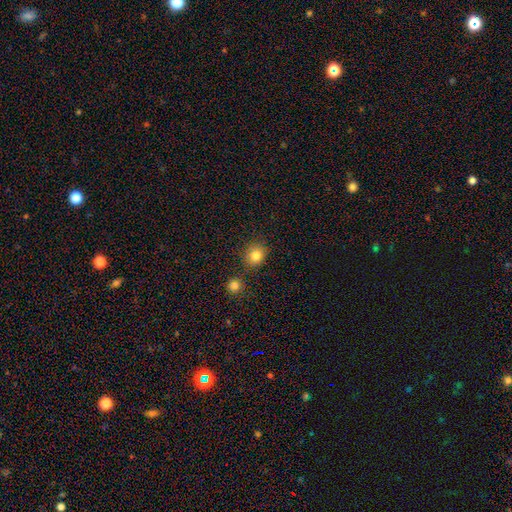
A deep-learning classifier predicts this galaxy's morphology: A smooth galaxy with no disk features (82%) that is round (74%).

Vote fractions:
- Smooth or featured? smooth: 82% / star or artifact: 12% / featured or disk: 6%
- How rounded? round: 74% / in between: 25% / cigar-shaped: 1%
- Merging? none: 81% / minor disturbance: 10% / merger: 6% / major disturbance: 3%